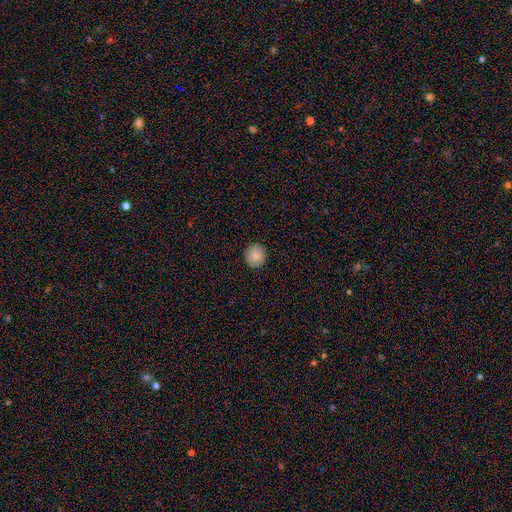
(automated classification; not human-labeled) Morphology: type=smooth (86%); roundness=round (91%); merging=none (91%).